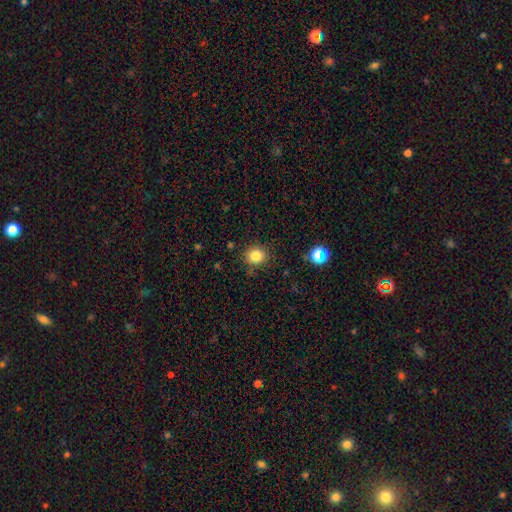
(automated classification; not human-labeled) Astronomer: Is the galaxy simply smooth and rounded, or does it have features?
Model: smooth — 83%.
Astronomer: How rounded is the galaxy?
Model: round — 74%.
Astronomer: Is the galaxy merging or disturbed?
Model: none — 85%.